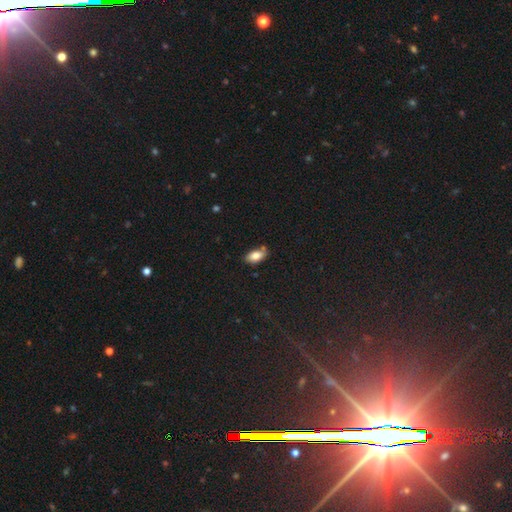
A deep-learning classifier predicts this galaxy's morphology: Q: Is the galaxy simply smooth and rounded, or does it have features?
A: smooth — 81%.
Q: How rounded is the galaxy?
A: in between — 91%.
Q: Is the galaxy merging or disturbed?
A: none — 73%.